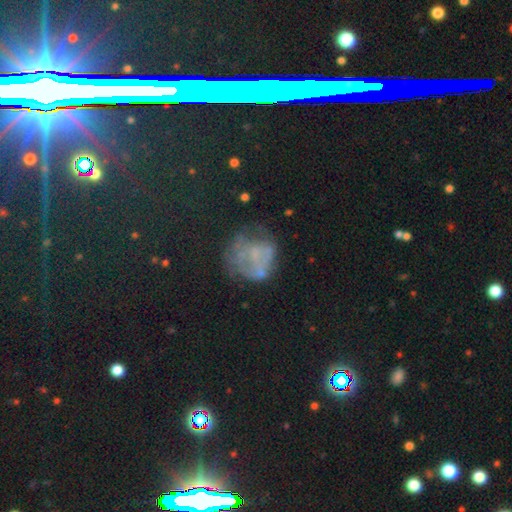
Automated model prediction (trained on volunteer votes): The model was most divided on "smooth or featured": featured or disk: 42%, smooth: 32%, star or artifact: 27%. Remaining: merging — none (49%).